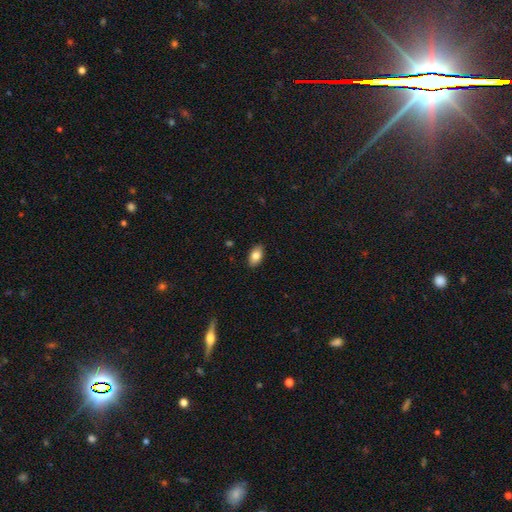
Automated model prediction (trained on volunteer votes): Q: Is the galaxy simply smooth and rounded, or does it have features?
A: smooth — 82%.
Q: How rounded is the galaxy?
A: in between — 92%.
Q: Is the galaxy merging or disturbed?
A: none — 89%.